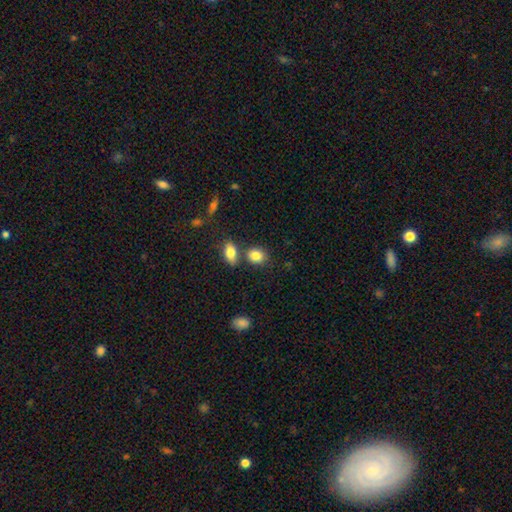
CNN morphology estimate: smooth_or_featured: smooth (p=0.85) [alt: star or artifact p=0.08]
how_rounded: in between (p=0.50) [alt: round p=0.48]
merging: none (p=0.64) [alt: merger p=0.21]